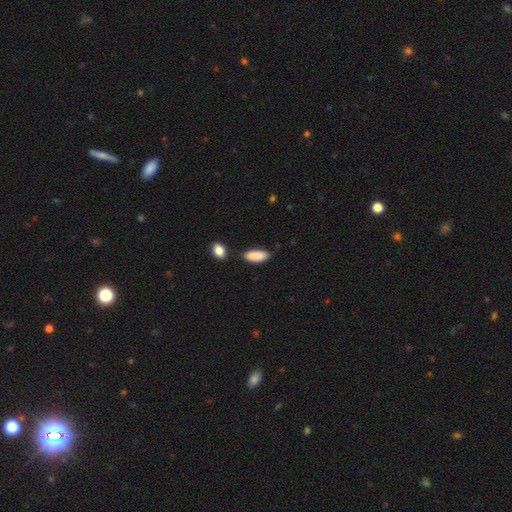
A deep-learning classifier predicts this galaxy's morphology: type=smooth (90%); roundness=in between (83%); merging=none (79%).